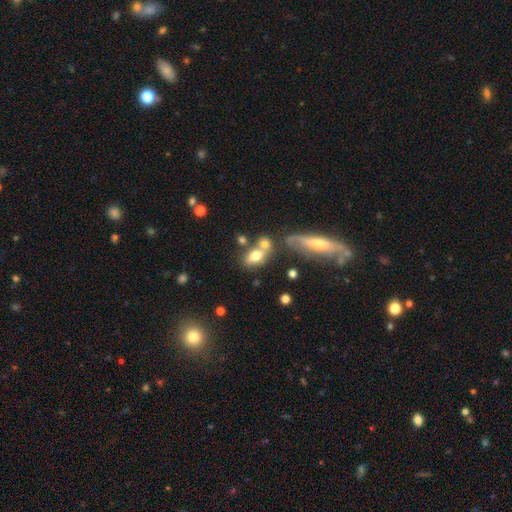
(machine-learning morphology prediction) This is likely a smooth galaxy (70%). How rounded: likely in between (76%). Merging: marginally merger (43%).